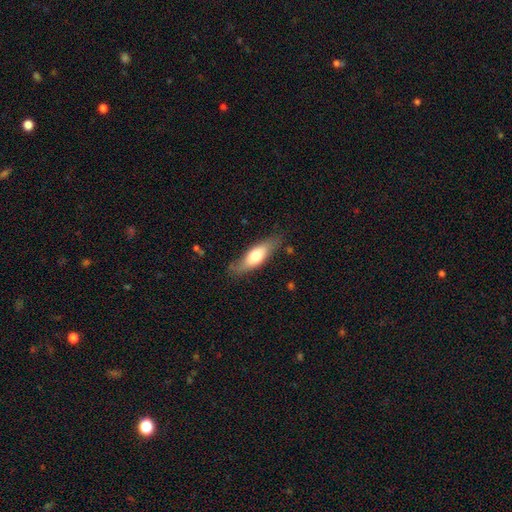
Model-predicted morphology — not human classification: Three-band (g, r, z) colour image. It shows a smooth galaxy with no disk features (58%) that is in between round and cigar-shaped (58%). Merging: none (73%).